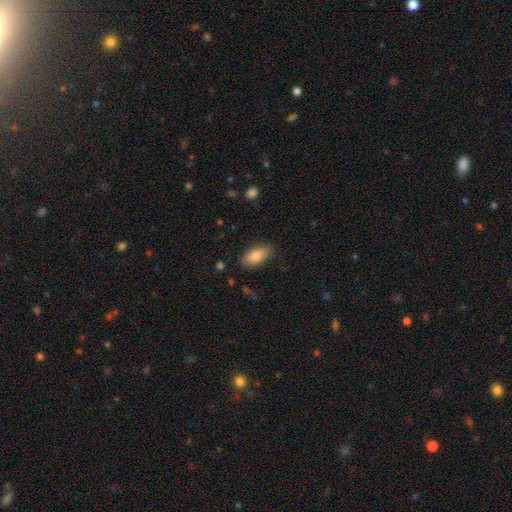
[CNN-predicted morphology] smooth 84%, featured or disk 9%, star or artifact 7%. Down the decision tree: how rounded — in between (88%); merging — none (85%).